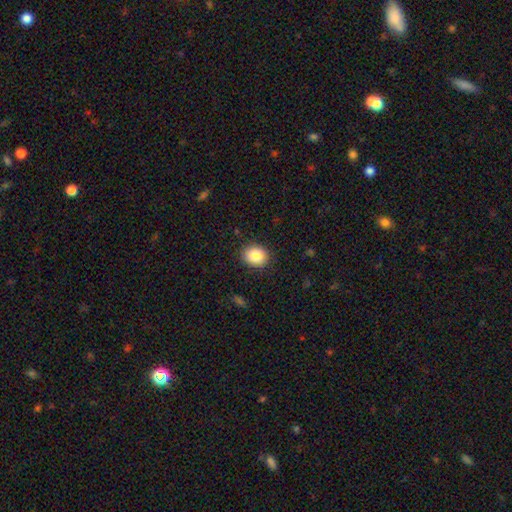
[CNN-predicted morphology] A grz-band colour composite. It shows a smooth galaxy with no disk features (87%) that is round (54%). Merging: none (86%).